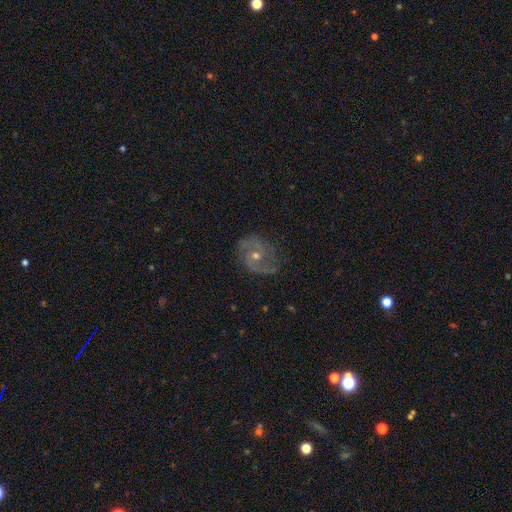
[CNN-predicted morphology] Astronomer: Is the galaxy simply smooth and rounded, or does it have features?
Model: featured or disk — 79%.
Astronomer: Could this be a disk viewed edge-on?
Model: no — 97%.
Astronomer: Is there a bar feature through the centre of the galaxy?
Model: no — 67%.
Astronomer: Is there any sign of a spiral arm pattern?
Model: yes — 93%.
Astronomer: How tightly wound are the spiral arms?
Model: medium — 47% (runner-up: tight, 36%).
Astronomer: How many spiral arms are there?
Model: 2 — 70%.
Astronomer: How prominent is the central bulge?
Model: moderate — 52% (runner-up: small, 44%).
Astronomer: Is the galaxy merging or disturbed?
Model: none — 75%.